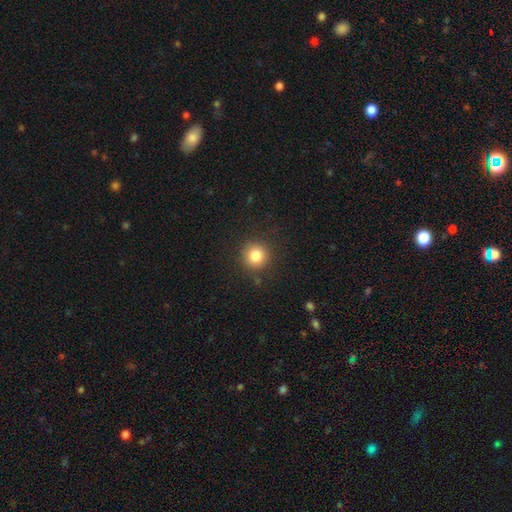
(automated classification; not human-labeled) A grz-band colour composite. It shows a smooth galaxy with no disk features (82%) that is round (93%). Merging: none (88%).